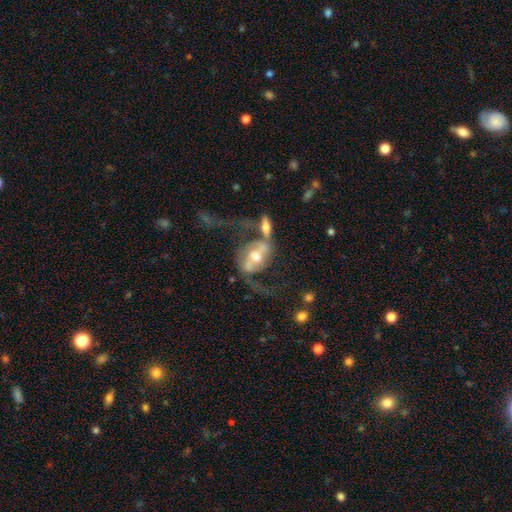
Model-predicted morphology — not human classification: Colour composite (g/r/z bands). It shows a featured or disk galaxy (82%) with a weak bar (38%), 2 (89%) loose (74%) spiral arms (90%) and a moderate central bulge (60%). Merging: none (34%).